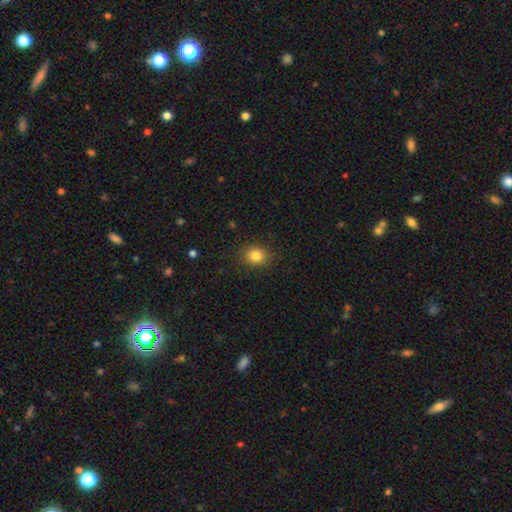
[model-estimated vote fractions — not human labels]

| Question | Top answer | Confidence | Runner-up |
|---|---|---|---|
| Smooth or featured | smooth | 83% | star or artifact (11%) |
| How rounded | round | 71% | in between (29%) |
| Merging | none | 88% | minor disturbance (8%) |